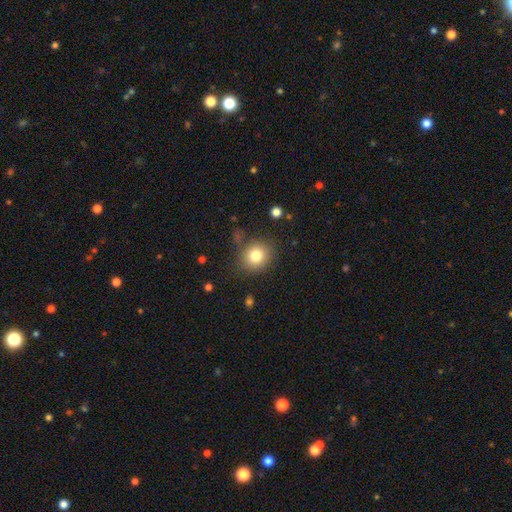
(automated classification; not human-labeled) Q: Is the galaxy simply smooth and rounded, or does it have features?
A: smooth — 79%.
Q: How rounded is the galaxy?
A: round — 82%.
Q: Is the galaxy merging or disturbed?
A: none — 79%.